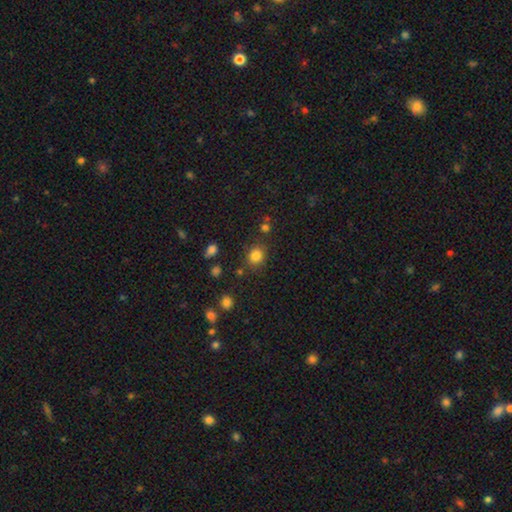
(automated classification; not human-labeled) smooth-or-featured: smooth: 82% | star or artifact: 13% | featured or disk: 5%
  how-rounded: round: 73% | in between: 26% | cigar-shaped: 1%
  merging: none: 81% | minor disturbance: 10% | merger: 5% | major disturbance: 4%